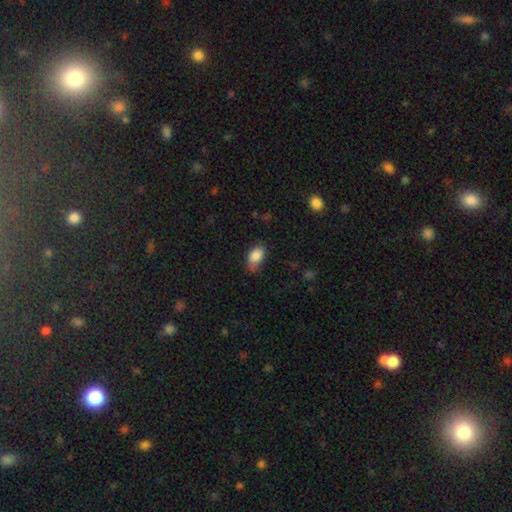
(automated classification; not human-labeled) smooth-or-featured: smooth: 86% | star or artifact: 7% | featured or disk: 6%
  how-rounded: in between: 91% | round: 7% | cigar-shaped: 2%
  merging: none: 60% | minor disturbance: 31% | major disturbance: 7% | merger: 2%